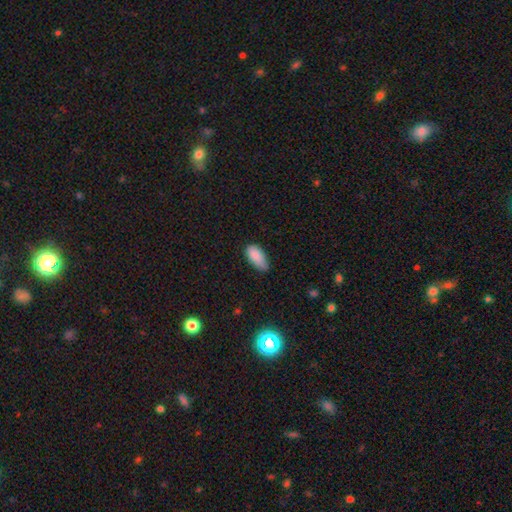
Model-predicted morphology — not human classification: Q: Smooth or featured?
A: smooth (88%); runner-up: star or artifact (7%)
Q: How rounded?
A: in between (91%); runner-up: cigar-shaped (6%)
Q: Merging?
A: none (63%); runner-up: minor disturbance (31%)